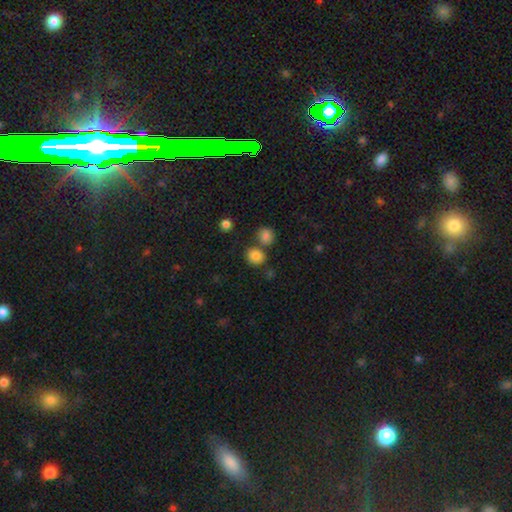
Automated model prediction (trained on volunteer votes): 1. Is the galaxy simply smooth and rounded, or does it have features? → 82% smooth, 12% star or artifact, 6% featured or disk.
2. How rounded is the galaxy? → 75% round, 24% in between, 1% cigar-shaped.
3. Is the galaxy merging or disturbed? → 68% none, 20% merger, 9% minor disturbance, 3% major disturbance.